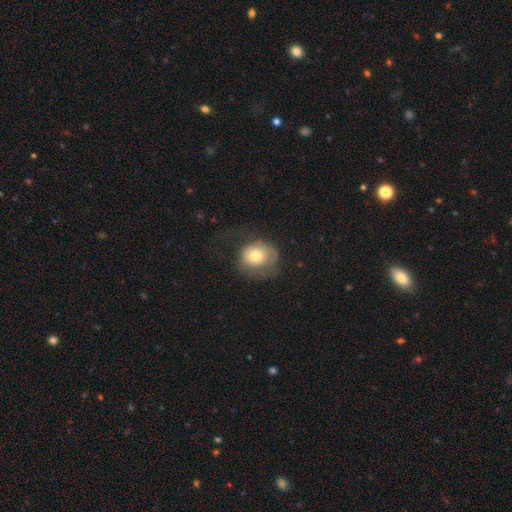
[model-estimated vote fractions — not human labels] smooth_or_featured: smooth (p=0.67) [alt: featured or disk p=0.25]
how_rounded: round (p=0.67) [alt: in between p=0.32]
merging: none (p=0.42) [alt: major disturbance p=0.31]